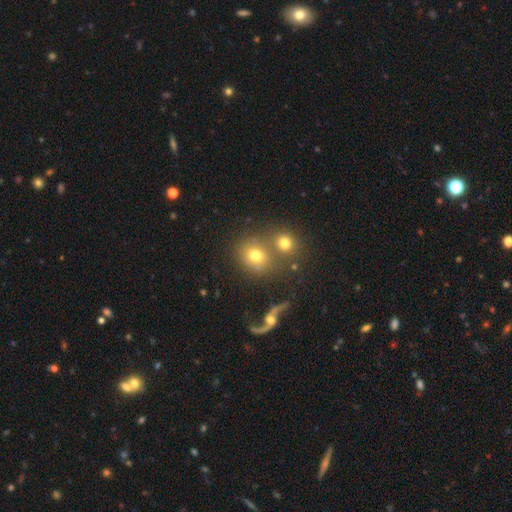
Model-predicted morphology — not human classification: Smooth or featured: smooth — 69% (featured or disk — 16%)
How rounded: round — 74% (in between — 25%)
Merging: none — 53% (merger — 30%)